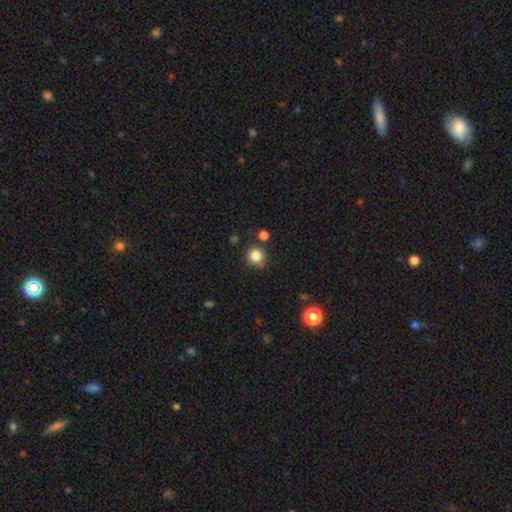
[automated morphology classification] smooth 84%, star or artifact 11%, featured or disk 5%. Down the decision tree: how rounded — round (90%); merging — none (80%).